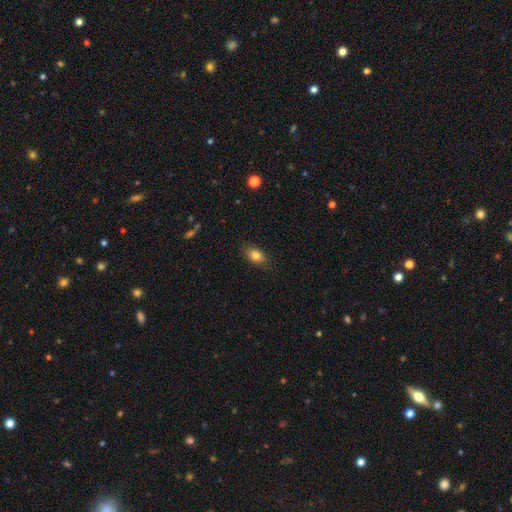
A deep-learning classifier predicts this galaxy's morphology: This appears to be a smooth galaxy with no disk features (81%) that is in between round and cigar-shaped (84%). Merging: none (84%).